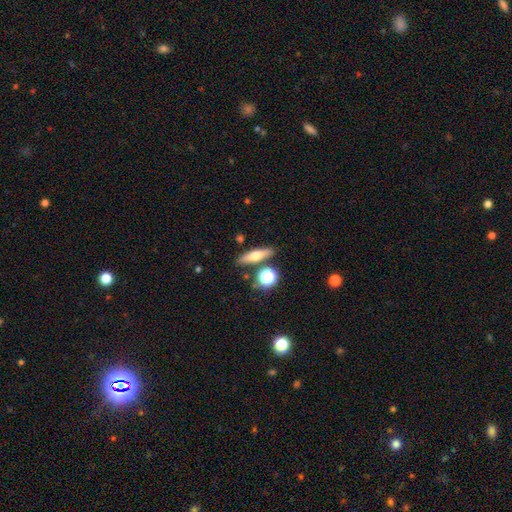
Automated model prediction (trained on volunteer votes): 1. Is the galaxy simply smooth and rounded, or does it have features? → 54% smooth, 36% featured or disk, 10% star or artifact.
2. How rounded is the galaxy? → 62% cigar-shaped, 29% in between, 9% round.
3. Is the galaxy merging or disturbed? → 81% none, 9% minor disturbance, 7% merger, 3% major disturbance.